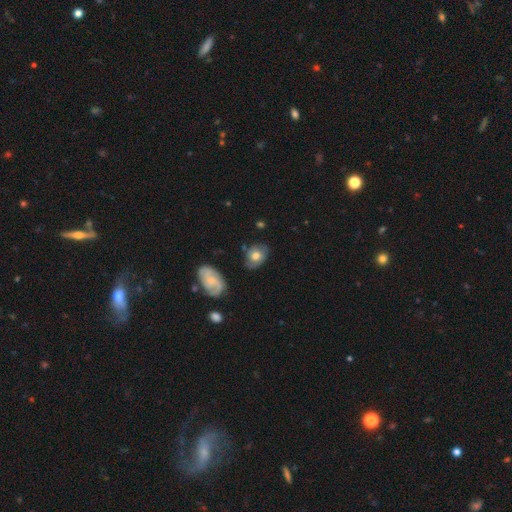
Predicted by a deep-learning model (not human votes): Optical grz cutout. It shows a smooth galaxy with no disk features (59%) that is in between round and cigar-shaped (58%). Merging: none (62%).